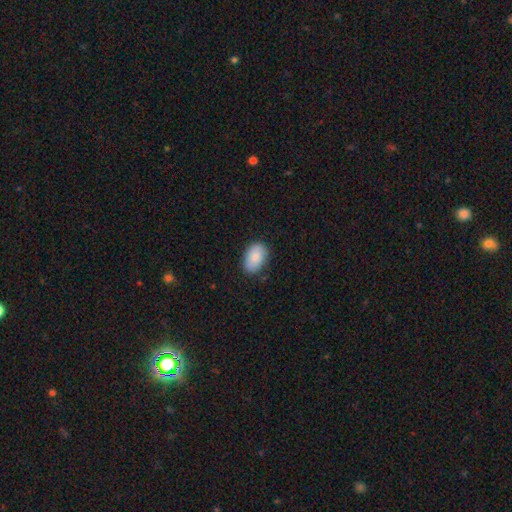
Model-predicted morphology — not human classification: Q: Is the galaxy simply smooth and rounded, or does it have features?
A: smooth — 85%.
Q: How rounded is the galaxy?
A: in between — 89%.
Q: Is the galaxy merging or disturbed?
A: none — 81%.